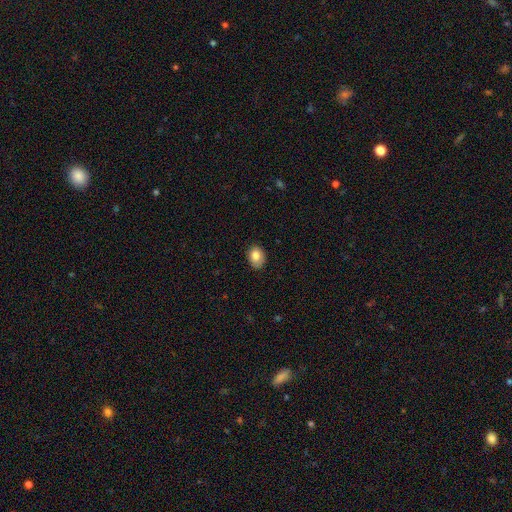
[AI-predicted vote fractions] Smooth or featured: smooth — 83% (featured or disk — 9%)
How rounded: in between — 70% (round — 29%)
Merging: none — 82% (minor disturbance — 15%)